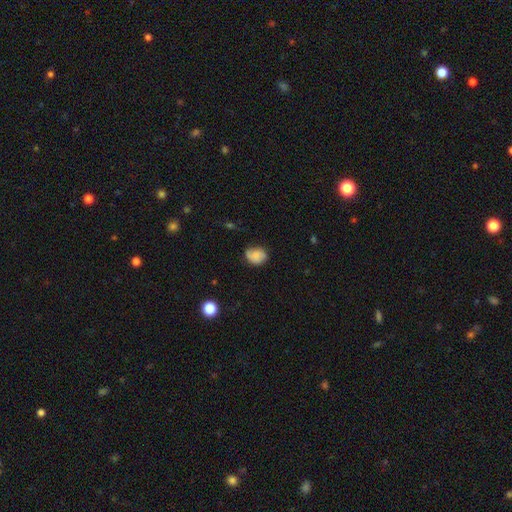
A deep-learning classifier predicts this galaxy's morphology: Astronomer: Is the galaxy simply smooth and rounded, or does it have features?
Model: smooth — 69%.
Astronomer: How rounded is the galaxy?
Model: in between — 51% (runner-up: round, 47%).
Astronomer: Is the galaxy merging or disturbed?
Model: none — 66%.